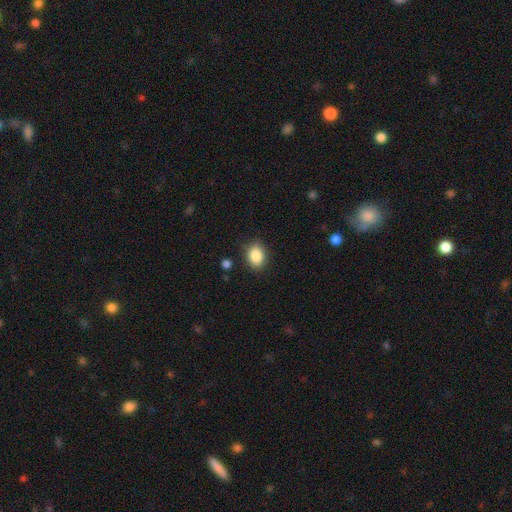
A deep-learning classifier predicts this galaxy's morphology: type=smooth (86%); roundness=in between (61%); merging=none (85%).